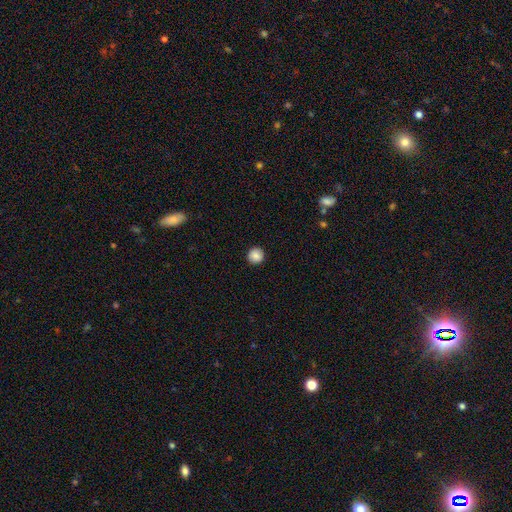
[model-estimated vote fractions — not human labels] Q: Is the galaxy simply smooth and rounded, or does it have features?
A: smooth — 88%.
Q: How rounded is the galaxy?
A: round — 95%.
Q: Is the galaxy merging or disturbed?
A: none — 93%.